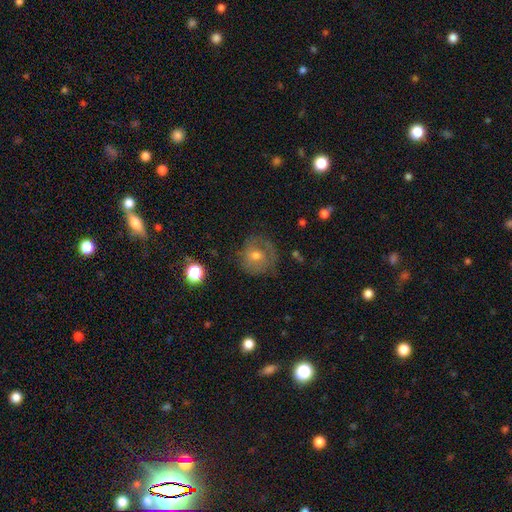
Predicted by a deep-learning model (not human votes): Smooth or featured: featured or disk — 46% (smooth — 41%)
Merging: none — 70% (minor disturbance — 18%)